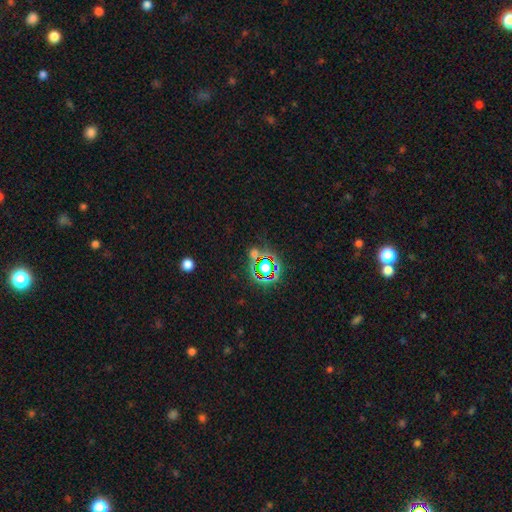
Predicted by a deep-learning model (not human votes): Smooth or featured? star or artifact (73%)